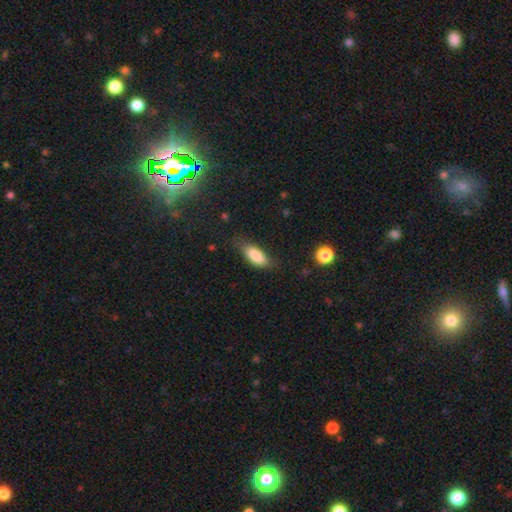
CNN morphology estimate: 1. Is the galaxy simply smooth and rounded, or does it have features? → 84% smooth, 9% featured or disk, 7% star or artifact.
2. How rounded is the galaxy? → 84% in between, 14% cigar-shaped, 3% round.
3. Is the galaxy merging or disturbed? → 64% none, 26% minor disturbance, 8% major disturbance, 2% merger.